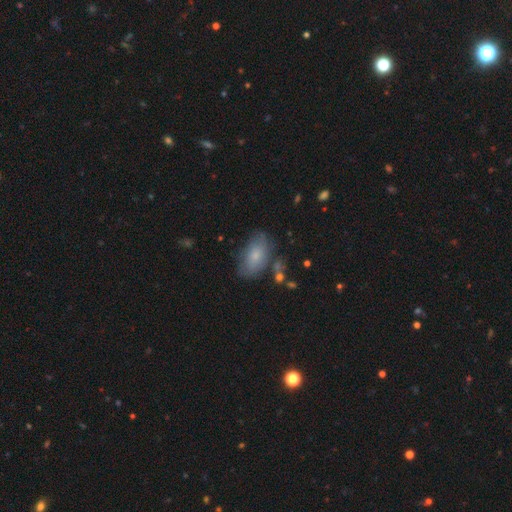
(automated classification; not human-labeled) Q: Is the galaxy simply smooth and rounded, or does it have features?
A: smooth — 72%.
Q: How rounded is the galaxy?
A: in between — 91%.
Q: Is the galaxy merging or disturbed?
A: none — 66%.